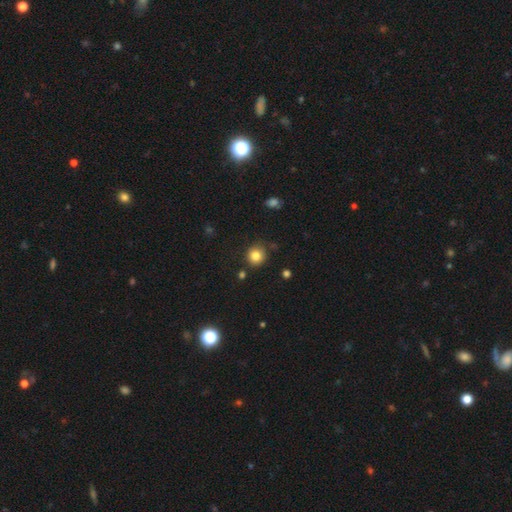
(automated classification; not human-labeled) This is clearly a smooth galaxy (82%). How rounded: clearly round (89%). Merging: clearly none (83%).